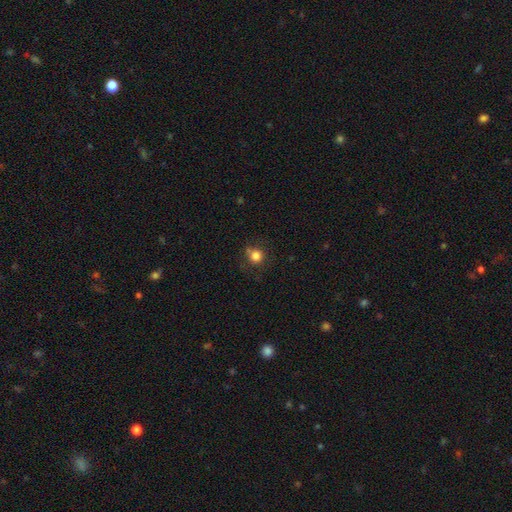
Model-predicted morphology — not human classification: Smooth or featured? Predicted: smooth (p=0.81). How rounded? Predicted: round (p=0.89). Merging? Predicted: none (p=0.74).